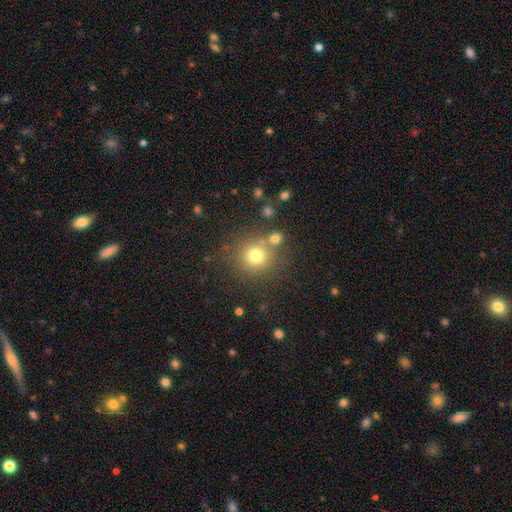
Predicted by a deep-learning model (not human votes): Smooth or featured? Predicted: smooth (p=0.75). How rounded? Predicted: round (p=0.91). Merging? Predicted: none (p=0.74).